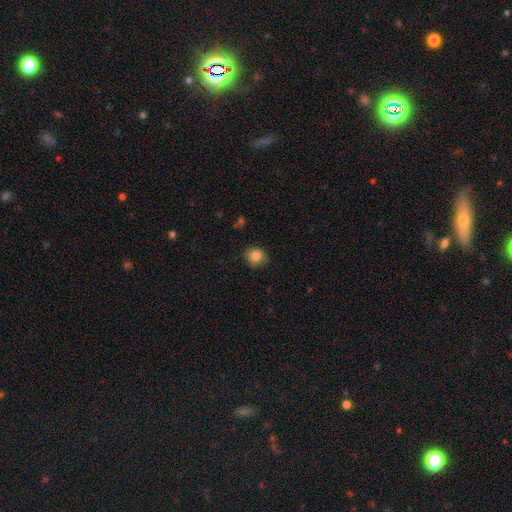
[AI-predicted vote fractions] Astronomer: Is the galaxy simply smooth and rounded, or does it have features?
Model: smooth — 82%.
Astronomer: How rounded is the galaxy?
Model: round — 69%.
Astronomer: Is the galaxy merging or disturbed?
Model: none — 81%.